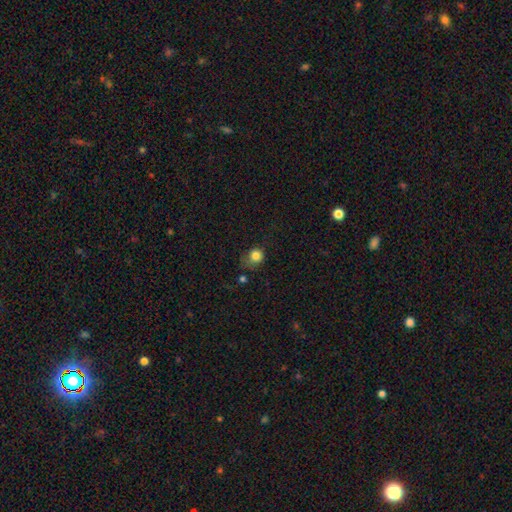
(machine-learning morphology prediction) This appears to be a smooth galaxy with no disk features (82%) that is round (79%). Merging: none (49%).